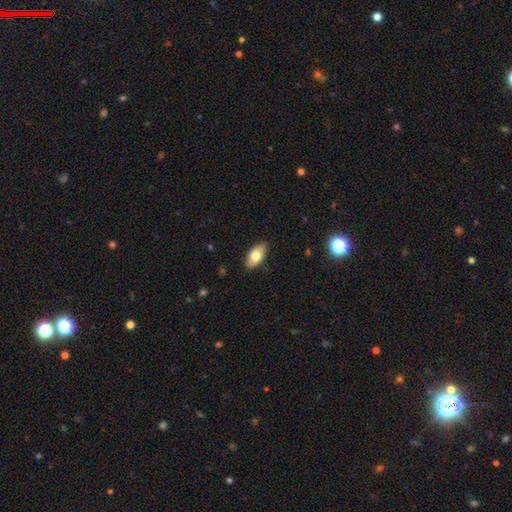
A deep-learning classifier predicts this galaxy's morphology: This appears to be a smooth galaxy with no disk features (76%) that is in between round and cigar-shaped (92%). Merging: none (88%).